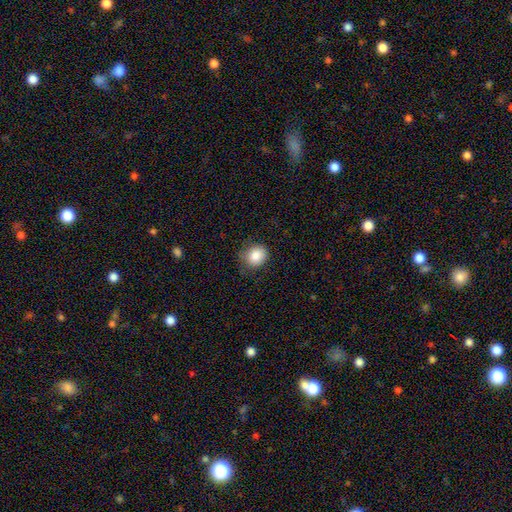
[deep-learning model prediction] Q: Smooth or featured?
A: smooth (85%); runner-up: star or artifact (10%)
Q: How rounded?
A: round (75%); runner-up: in between (24%)
Q: Merging?
A: none (76%); runner-up: minor disturbance (19%)